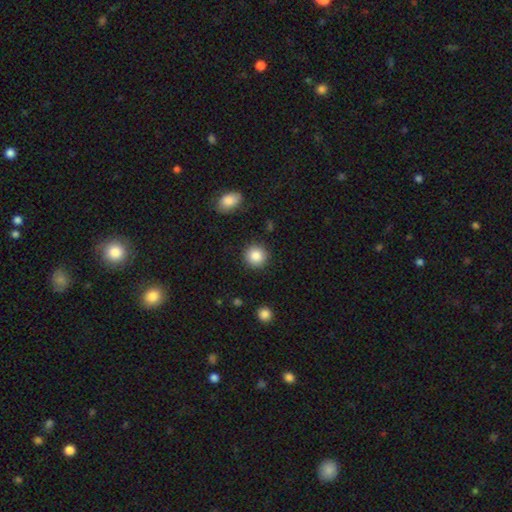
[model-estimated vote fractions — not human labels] Overall: smooth (86%). How rounded: round (93%). Merging: none (90%).